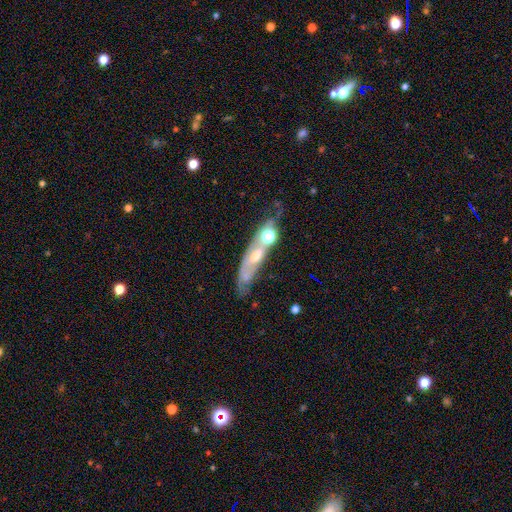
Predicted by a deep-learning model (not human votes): featured or disk 64%, smooth 26%, star or artifact 11%. Down the decision tree: edge-on disk — no (61%); merging — merger (37%).